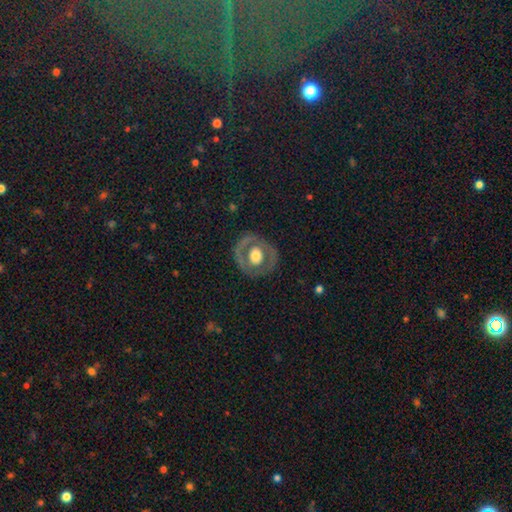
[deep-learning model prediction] smooth_or_featured: featured or disk (p=0.54) [alt: smooth p=0.40]
disk_edge_on: no (p=0.95) [alt: yes p=0.05]
bar: no (p=0.83) [alt: weak p=0.12]
has_spiral_arms: no (p=0.85) [alt: yes p=0.15]
bulge_size: large (p=0.49) [alt: moderate p=0.42]
merging: none (p=0.79) [alt: minor disturbance p=0.13]